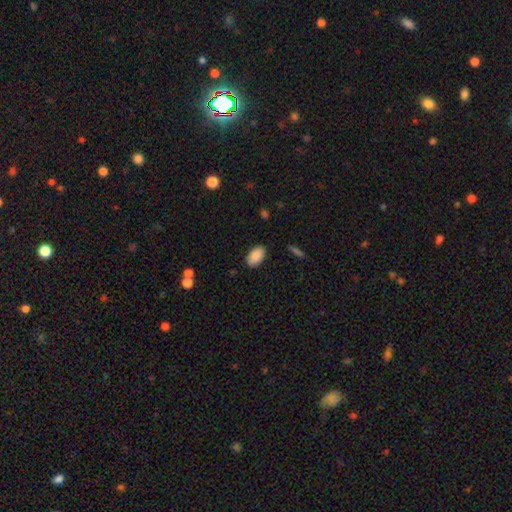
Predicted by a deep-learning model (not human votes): Smooth or featured? Predicted: smooth (p=0.89). How rounded? Predicted: in between (p=0.94). Merging? Predicted: none (p=0.87).